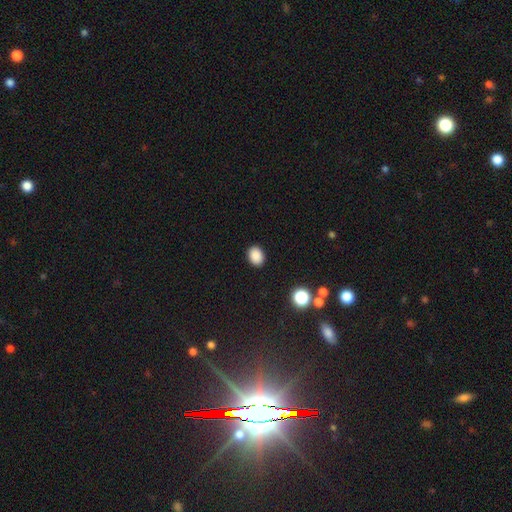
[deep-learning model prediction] Overall: smooth (87%). How rounded: in between (65%; round 34%). Merging: none (90%).